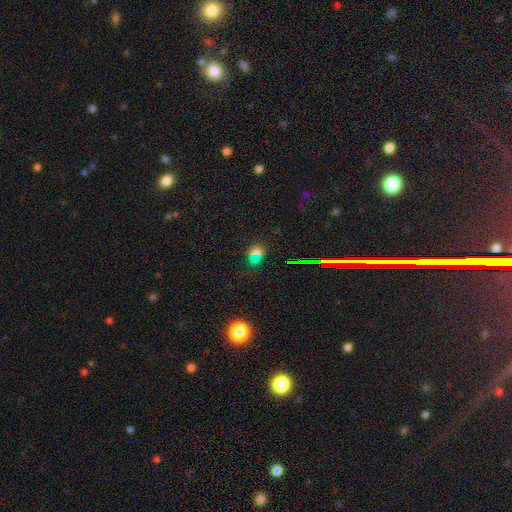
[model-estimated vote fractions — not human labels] Overall: smooth (59%; star or artifact 31%). How rounded: in between (52%; round 45%). Merging: none (66%).